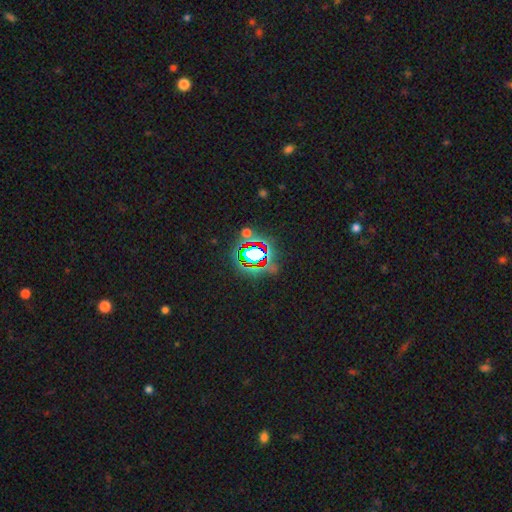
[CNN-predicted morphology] Smooth or featured? Predicted: star or artifact (p=0.67).